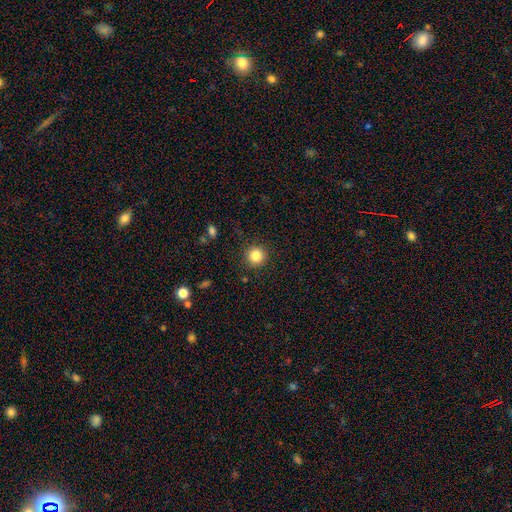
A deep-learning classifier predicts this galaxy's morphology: Smooth or featured: smooth — 84% (star or artifact — 11%)
How rounded: round — 95% (in between — 4%)
Merging: none — 91% (minor disturbance — 6%)